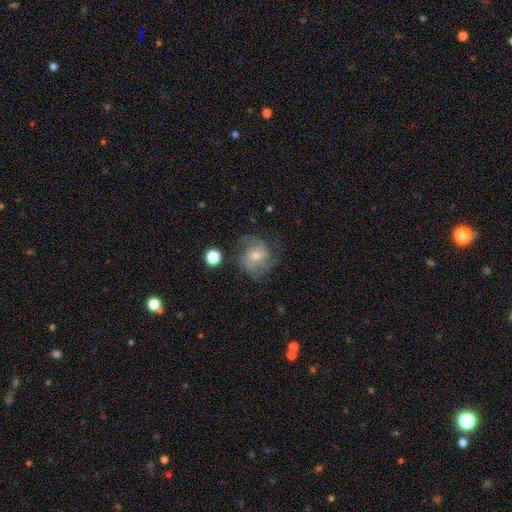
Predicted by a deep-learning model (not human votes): Q: Smooth or featured?
A: featured or disk (63%); runner-up: smooth (27%)
Q: Edge-on disk?
A: no (97%); runner-up: yes (3%)
Q: Bar?
A: no (63%); runner-up: weak (31%)
Q: Spiral arms?
A: yes (84%); runner-up: no (16%)
Q: Spiral winding?
A: medium (45%); runner-up: tight (29%)
Q: Spiral arm count?
A: 2 (39%); runner-up: can't tell (28%)
Q: Bulge size?
A: moderate (50%); runner-up: small (46%)
Q: Merging?
A: none (59%); runner-up: minor disturbance (22%)